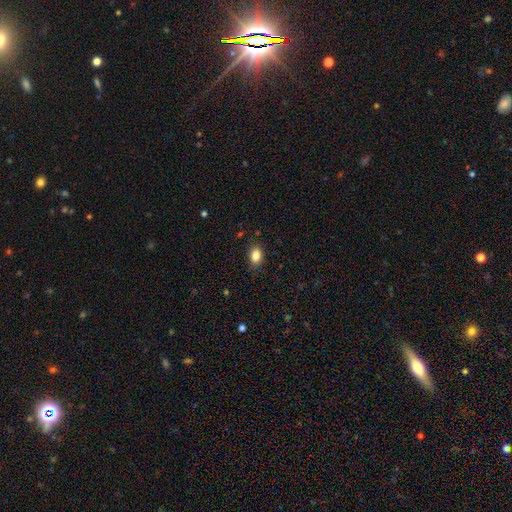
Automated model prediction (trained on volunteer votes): Smooth or featured? Predicted: smooth (p=0.85). How rounded? Predicted: in between (p=0.78). Merging? Predicted: none (p=0.86).